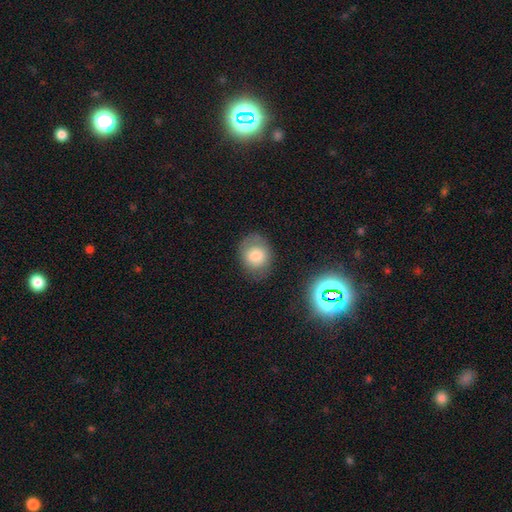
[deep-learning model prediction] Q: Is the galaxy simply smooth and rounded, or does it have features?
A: smooth — 75%.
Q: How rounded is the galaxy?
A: round — 56%.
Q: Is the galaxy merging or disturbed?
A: none — 72%.